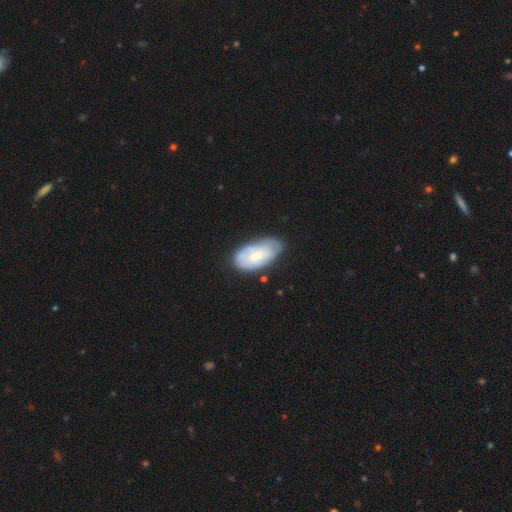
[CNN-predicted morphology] A smooth galaxy with no disk features (53%) that is in between round and cigar-shaped (94%).

Vote fractions:
- Smooth or featured? smooth: 53% / featured or disk: 41% / star or artifact: 6%
- How rounded? in between: 94% / round: 4% / cigar-shaped: 3%
- Merging? none: 62% / minor disturbance: 29% / major disturbance: 6% / merger: 3%